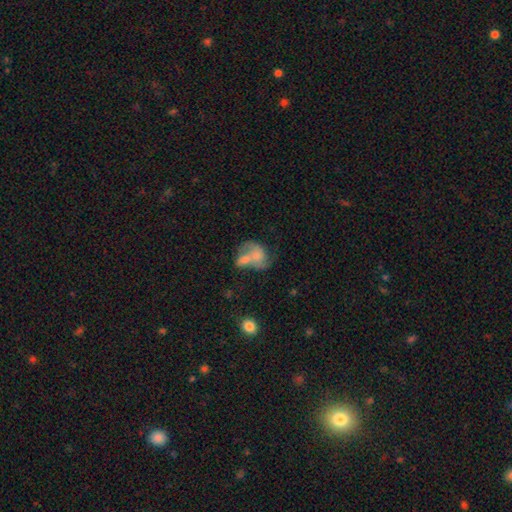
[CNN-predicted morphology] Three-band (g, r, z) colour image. It shows a featured or disk galaxy (47%). Merging: merger (58%).